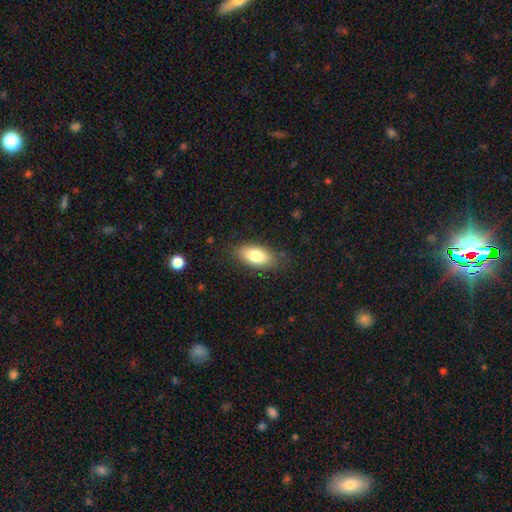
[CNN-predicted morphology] smooth 80%, featured or disk 13%, star or artifact 7%. Down the decision tree: how rounded — in between (89%); merging — none (82%).